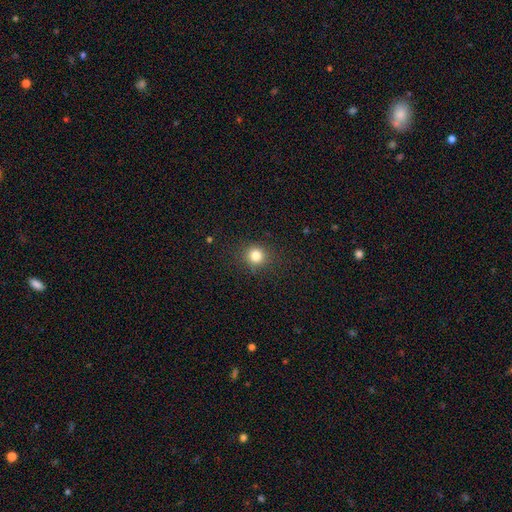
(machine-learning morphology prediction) type=smooth (81%); roundness=round (91%); merging=none (88%).